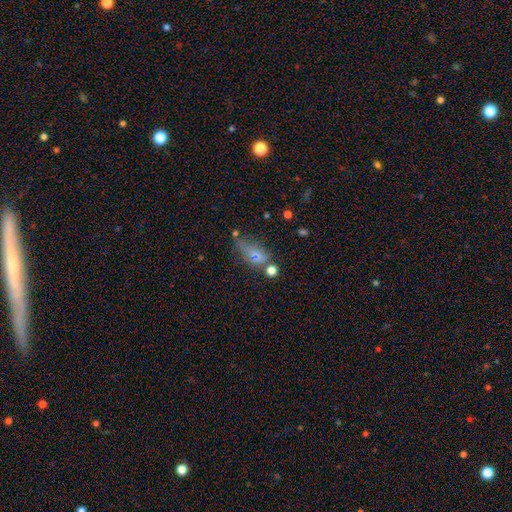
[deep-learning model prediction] Smooth or featured?
  - smooth: 54% *
  - featured or disk: 27%
  - star or artifact: 18%
How rounded?
  - in between: 66% *
  - cigar-shaped: 17%
  - round: 17%
Merging?
  - none: 41% *
  - minor disturbance: 25%
  - major disturbance: 17%
  - merger: 16%